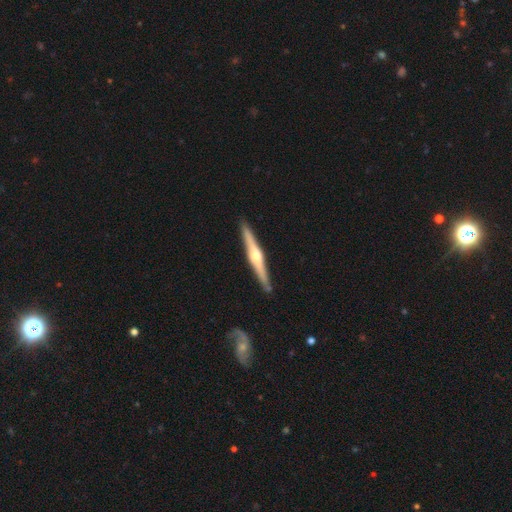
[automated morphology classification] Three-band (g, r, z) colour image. It shows a featured or disk galaxy (75%) viewed edge-on (98%) with a rounded central bulge (90%). Merging: none (90%).